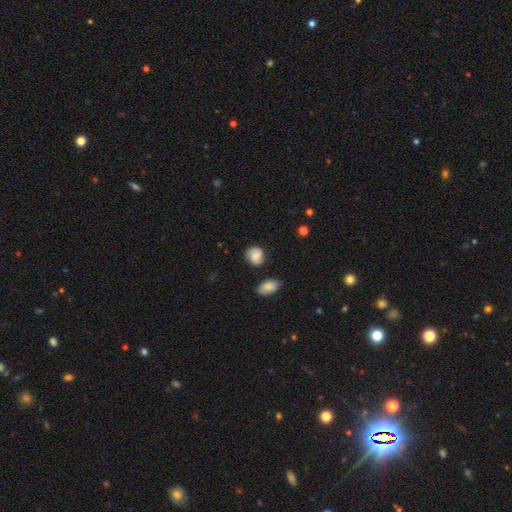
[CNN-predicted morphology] This appears to be a smooth galaxy with no disk features (63%) that is round (68%). Merging: none (73%).